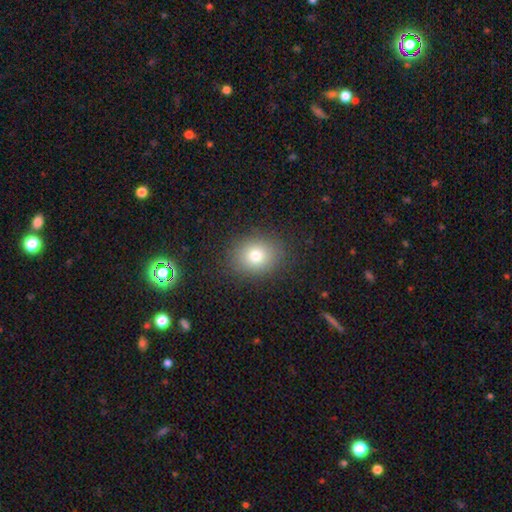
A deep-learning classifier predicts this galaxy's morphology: Smooth or featured: smooth — 77% (star or artifact — 13%)
How rounded: round — 65% (in between — 34%)
Merging: none — 87% (minor disturbance — 8%)